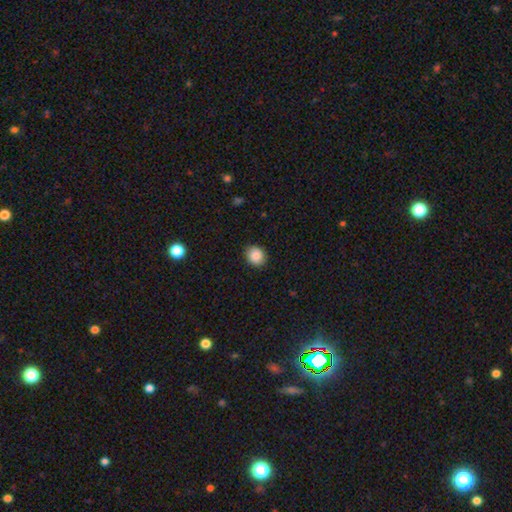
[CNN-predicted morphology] The model was most divided on "how rounded": round: 68%, in between: 31%, cigar-shaped: 1%. More confident: merging — none (89%); smooth or featured — smooth (86%).